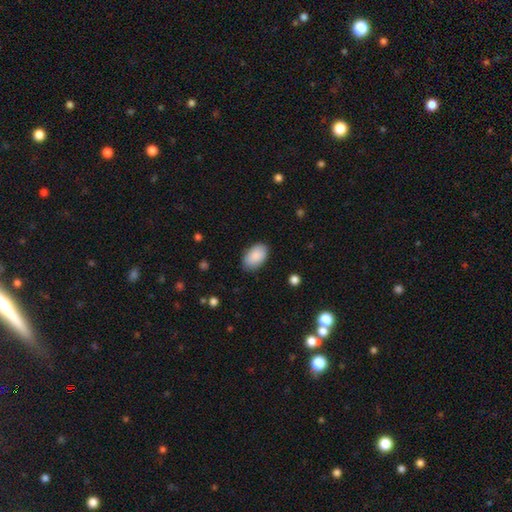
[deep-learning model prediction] Q: Smooth or featured?
A: smooth (90%); runner-up: star or artifact (6%)
Q: How rounded?
A: in between (93%); runner-up: round (5%)
Q: Merging?
A: none (86%); runner-up: minor disturbance (11%)